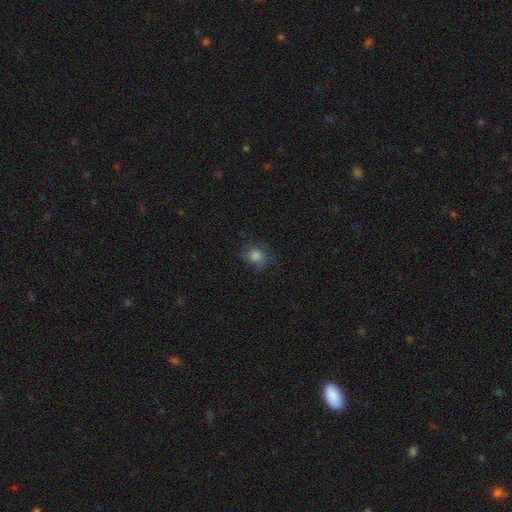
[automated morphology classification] Smooth or featured?
  - smooth: 74% *
  - featured or disk: 14%
  - star or artifact: 12%
How rounded?
  - round: 68% *
  - in between: 31%
  - cigar-shaped: 1%
Merging?
  - none: 62% *
  - minor disturbance: 23%
  - major disturbance: 13%
  - merger: 2%